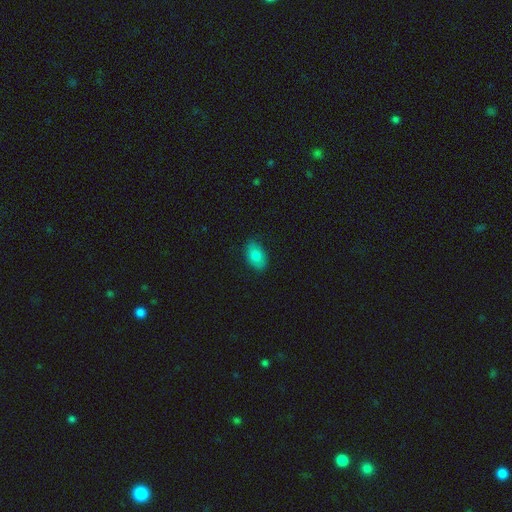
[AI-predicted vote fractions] This is likely a smooth galaxy (79%). How rounded: clearly in between (88%). Merging: clearly none (81%).